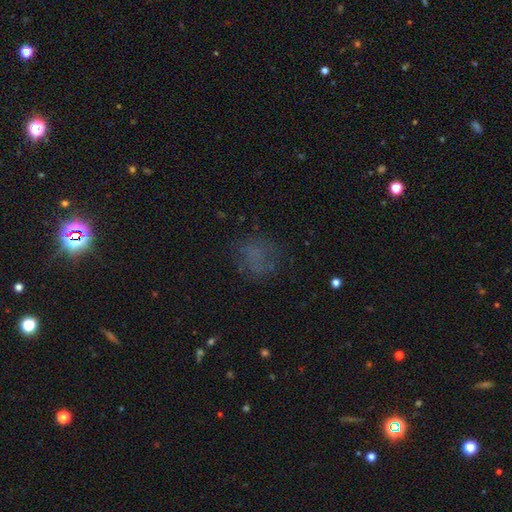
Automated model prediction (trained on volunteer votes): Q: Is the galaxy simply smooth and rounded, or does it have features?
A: smooth — 55%.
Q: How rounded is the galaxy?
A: round — 66%.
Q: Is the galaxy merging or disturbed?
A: none — 64%.